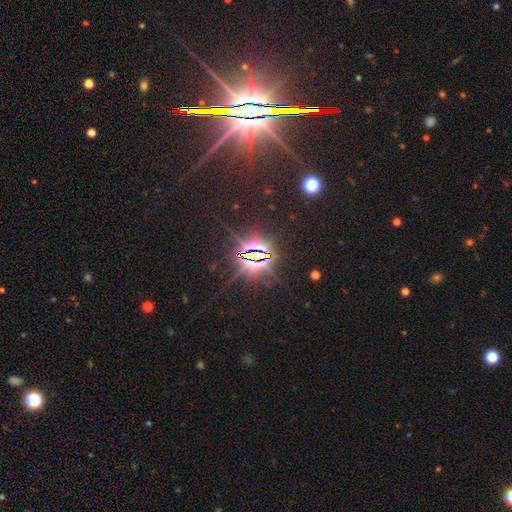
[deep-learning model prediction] This appears to be a star or artifact, not a galaxy (85%).